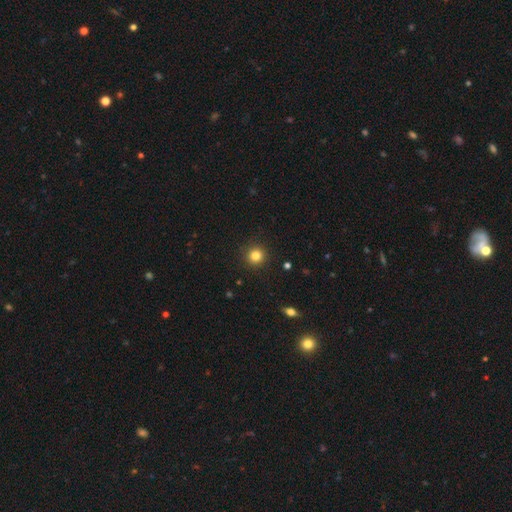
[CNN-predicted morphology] smooth 82%, star or artifact 12%, featured or disk 5%. Down the decision tree: how rounded — round (94%); merging — none (92%).